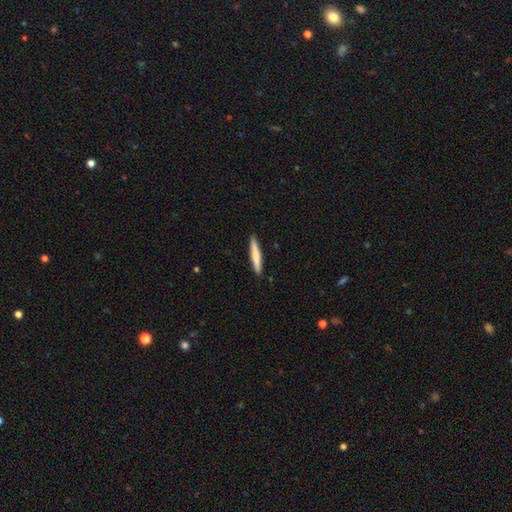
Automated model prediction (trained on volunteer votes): smooth 72%, featured or disk 23%, star or artifact 5%. Down the decision tree: how rounded — cigar-shaped (95%); merging — none (91%).